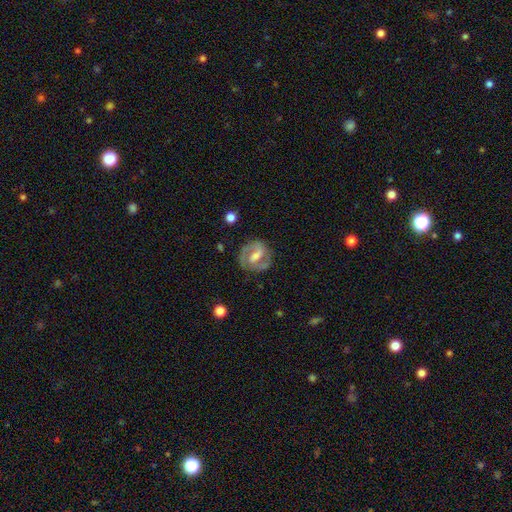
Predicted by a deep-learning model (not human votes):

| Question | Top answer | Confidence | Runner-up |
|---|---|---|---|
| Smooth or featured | featured or disk | 79% | smooth (16%) |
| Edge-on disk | no | 97% | yes (3%) |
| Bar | weak | 43% | strong (42%) |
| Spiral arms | yes | 89% | no (11%) |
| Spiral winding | medium | 49% | tight (37%) |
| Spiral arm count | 2 | 87% | can't tell (6%) |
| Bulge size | moderate | 49% | small (30%) |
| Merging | none | 78% | minor disturbance (14%) |